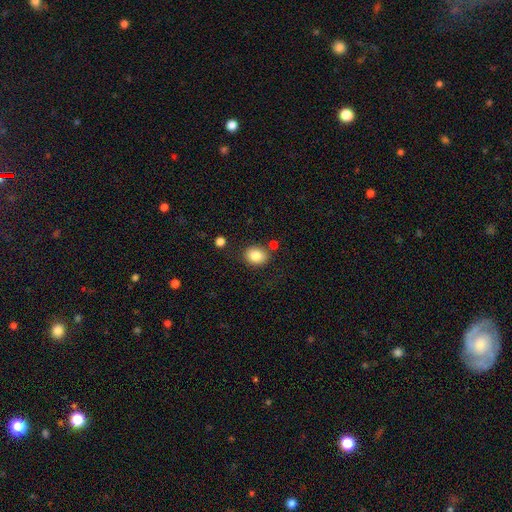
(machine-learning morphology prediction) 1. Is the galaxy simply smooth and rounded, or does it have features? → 84% smooth, 9% star or artifact, 7% featured or disk.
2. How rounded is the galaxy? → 53% round, 46% in between, 1% cigar-shaped.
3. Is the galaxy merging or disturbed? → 80% none, 11% minor disturbance, 6% merger, 3% major disturbance.